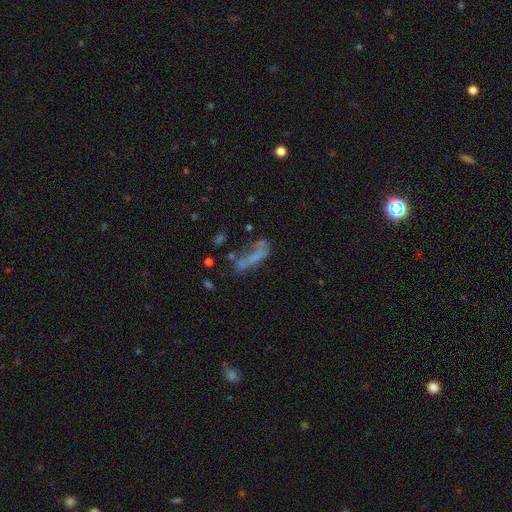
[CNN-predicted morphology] Smooth or featured? Predicted: smooth (p=0.45). Merging? Predicted: major disturbance (p=0.31).